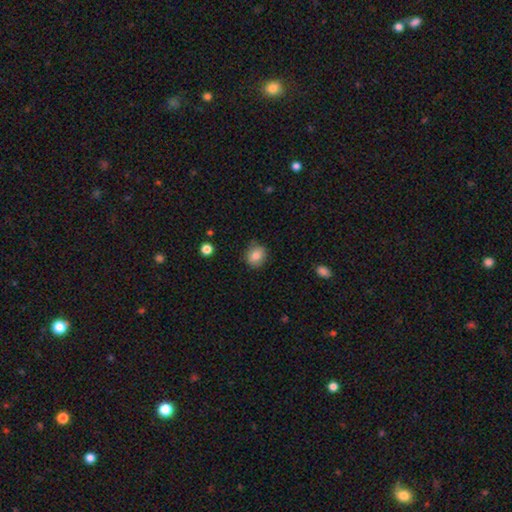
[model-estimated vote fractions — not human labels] Smooth or featured: smooth — 81% (featured or disk — 10%)
How rounded: round — 71% (in between — 28%)
Merging: none — 82% (minor disturbance — 14%)